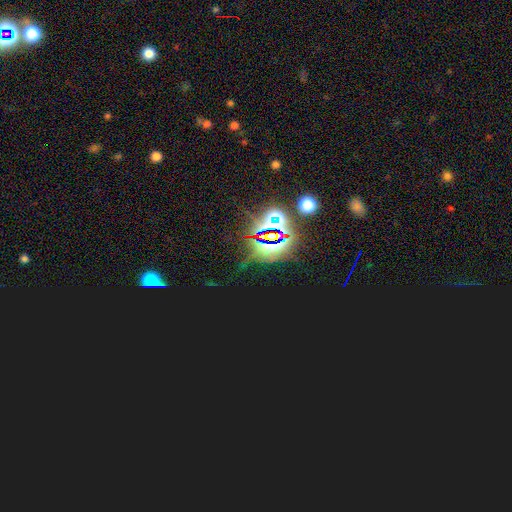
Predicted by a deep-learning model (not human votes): Morphology: type=star or artifact (85%).